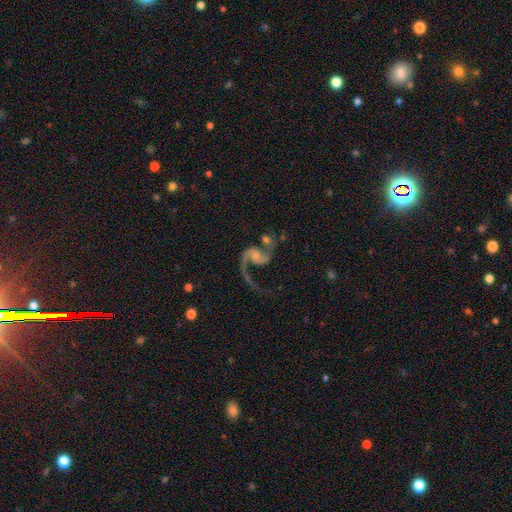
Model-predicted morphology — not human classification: Smooth or featured: featured or disk — 90% (star or artifact — 6%)
Edge-on disk: no — 98% (yes — 2%)
Bar: no — 56% (weak — 33%)
Spiral arms: yes — 97% (no — 3%)
Spiral winding: loose — 58% (medium — 35%)
Spiral arm count: 2 — 80% (1 — 15%)
Bulge size: small — 52% (moderate — 31%)
Merging: none — 50% (major disturbance — 24%)